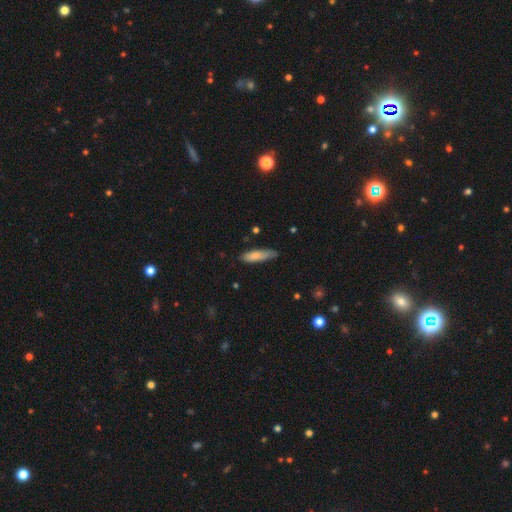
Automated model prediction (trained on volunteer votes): This is likely a smooth galaxy (77%). How rounded: likely cigar-shaped (69%). Merging: likely none (69%).